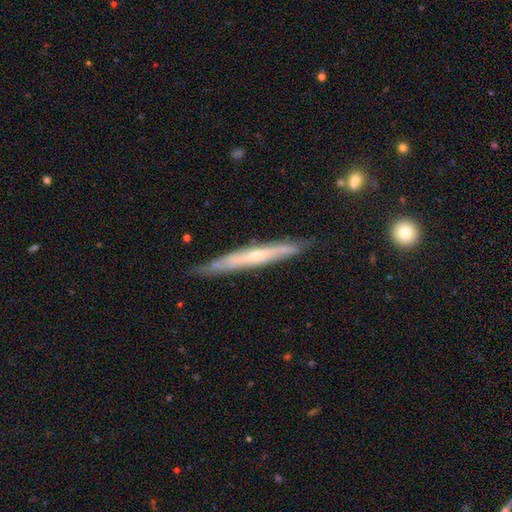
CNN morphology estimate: A featured or disk galaxy (66%) viewed edge-on (90%) with a rounded central bulge (52%).

Vote fractions:
- Smooth or featured? featured or disk: 66% / smooth: 28% / star or artifact: 6%
- Edge-on disk? yes: 90% / no: 10%
- Edge-on bulge? rounded: 52% / none: 44% / boxy: 4%
- Merging? none: 80% / minor disturbance: 16% / major disturbance: 2% / merger: 2%